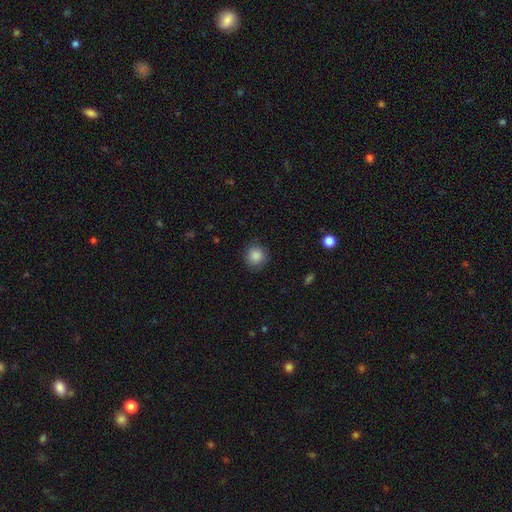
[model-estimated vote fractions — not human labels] Overall: smooth (87%). How rounded: round (90%). Merging: none (85%).